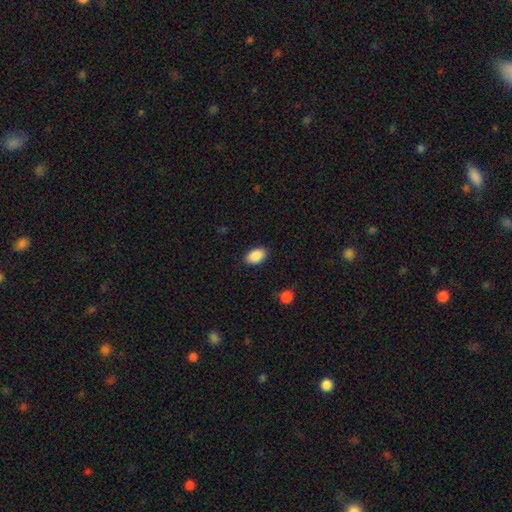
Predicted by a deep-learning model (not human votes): Smooth or featured? Predicted: smooth (p=0.89). How rounded? Predicted: in between (p=0.92). Merging? Predicted: none (p=0.88).